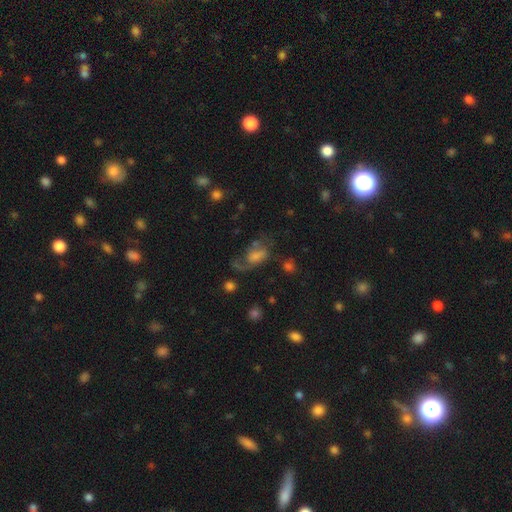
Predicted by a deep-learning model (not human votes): Morphology: type=featured or disk (50%); edge-on=no (94%); merging=none (40%).